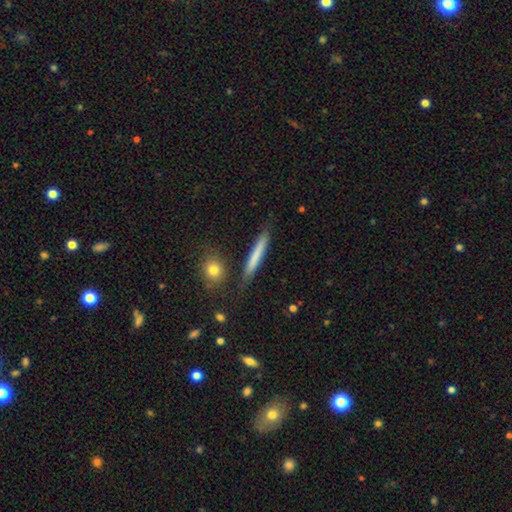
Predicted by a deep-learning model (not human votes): Smooth or featured?
  - smooth: 68% *
  - featured or disk: 26%
  - star or artifact: 6%
How rounded?
  - cigar-shaped: 94% *
  - in between: 4%
  - round: 2%
Merging?
  - none: 85% *
  - minor disturbance: 10%
  - merger: 2%
  - major disturbance: 2%